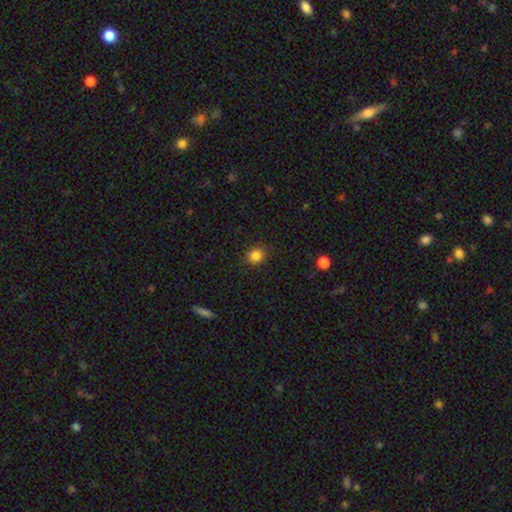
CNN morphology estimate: This appears to be a smooth galaxy with no disk features (85%) that is round (62%). Merging: none (86%).